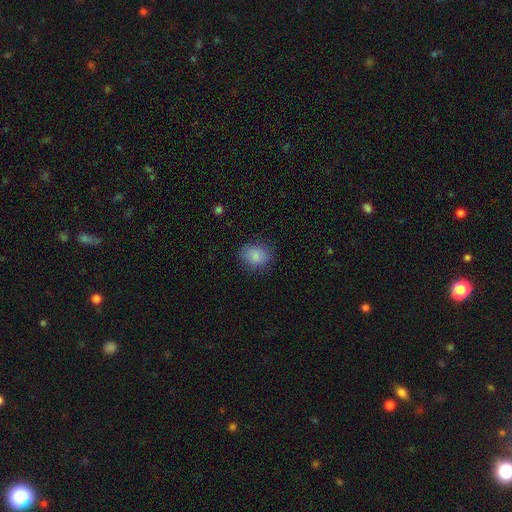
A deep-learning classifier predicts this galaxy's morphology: This is clearly a smooth galaxy (85%). How rounded: possibly in between (55%). Merging: likely none (77%).